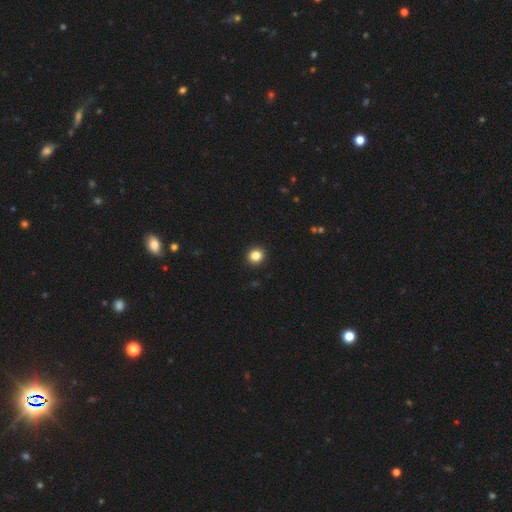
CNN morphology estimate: A smooth galaxy with no disk features (85%) that is round (89%). Merging: none (93%).